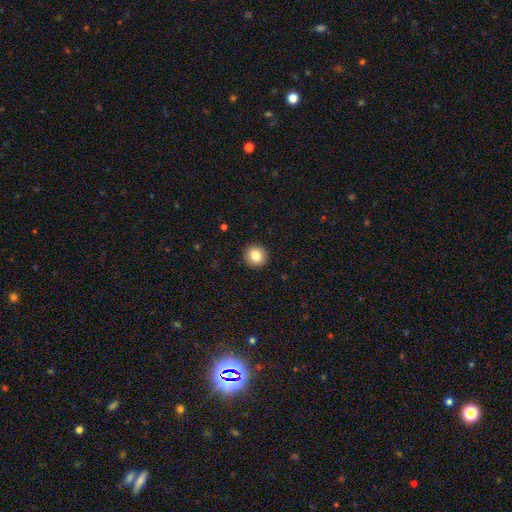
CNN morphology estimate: smooth 82%, star or artifact 10%, featured or disk 8%. Down the decision tree: how rounded — round (94%); merging — none (93%).